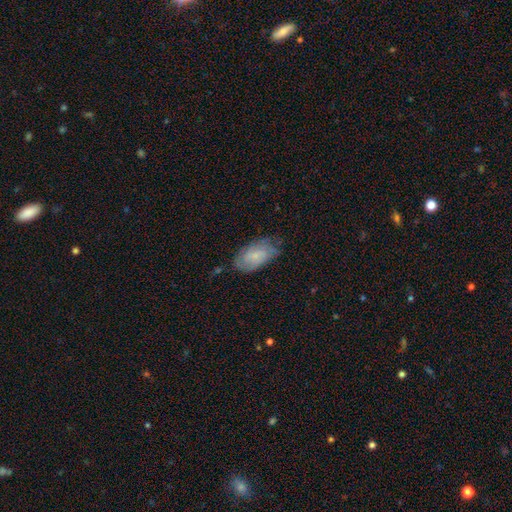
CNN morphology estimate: Smooth or featured: smooth — 53% (featured or disk — 40%)
How rounded: in between — 93% (cigar-shaped — 4%)
Merging: none — 67% (minor disturbance — 25%)